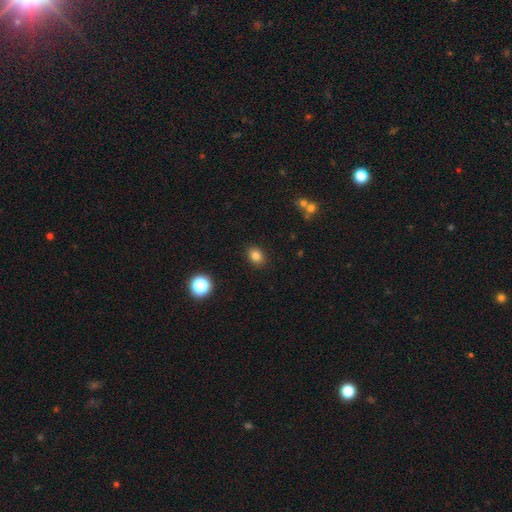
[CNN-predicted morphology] Smooth or featured? Predicted: smooth (p=0.82). How rounded? Predicted: in between (p=0.57). Merging? Predicted: none (p=0.89).